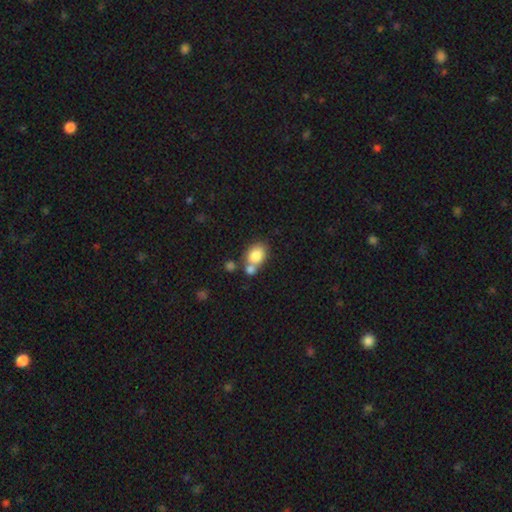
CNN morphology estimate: A smooth galaxy with no disk features (83%) that is in between round and cigar-shaped (61%).

Vote fractions:
- Smooth or featured? smooth: 83% / featured or disk: 9% / star or artifact: 9%
- How rounded? in between: 61% / round: 37% / cigar-shaped: 1%
- Merging? none: 44% / merger: 41% / minor disturbance: 12% / major disturbance: 4%